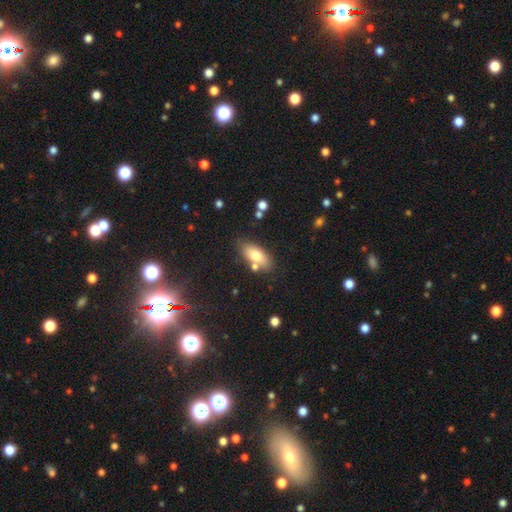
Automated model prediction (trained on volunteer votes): Smooth or featured? Predicted: smooth (p=0.73). How rounded? Predicted: in between (p=0.86). Merging? Predicted: none (p=0.71).